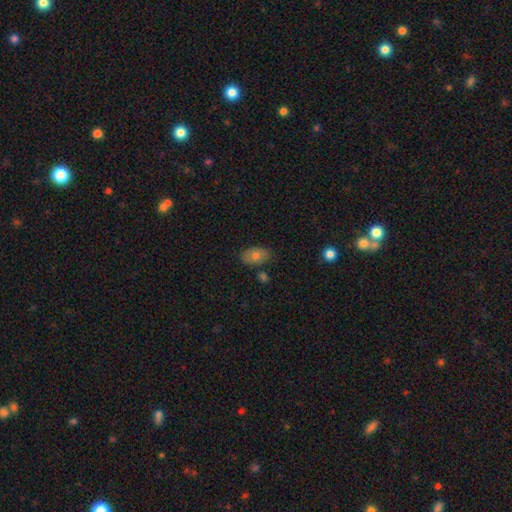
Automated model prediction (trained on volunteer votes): smooth 70%, featured or disk 21%, star or artifact 9%. Down the decision tree: how rounded — in between (88%); merging — none (77%).